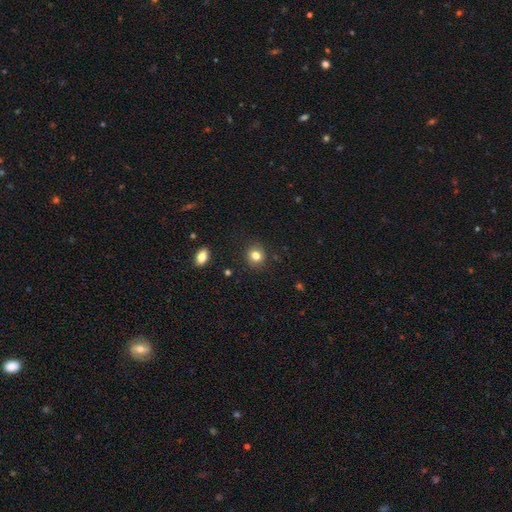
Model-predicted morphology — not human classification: A smooth galaxy with no disk features (81%) that is round (77%).

Vote fractions:
- Smooth or featured? smooth: 81% / star or artifact: 11% / featured or disk: 8%
- How rounded? round: 77% / in between: 22% / cigar-shaped: 1%
- Merging? none: 88% / minor disturbance: 8% / major disturbance: 2% / merger: 1%